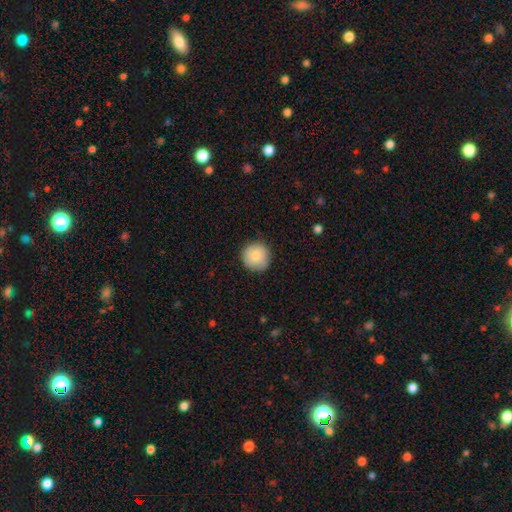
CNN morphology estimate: smooth-or-featured: smooth: 86% | featured or disk: 7% | star or artifact: 7%
  how-rounded: round: 95% | in between: 4% | cigar-shaped: 1%
  merging: none: 88% | minor disturbance: 9% | major disturbance: 2% | merger: 1%